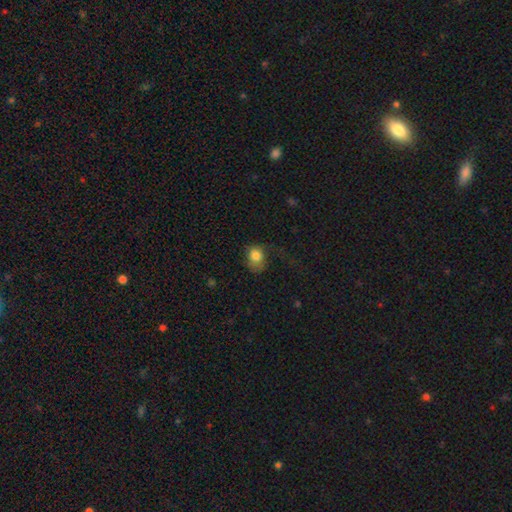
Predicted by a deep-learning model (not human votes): smooth_or_featured: smooth (p=0.81) [alt: featured or disk p=0.10]
how_rounded: in between (p=0.49) [tied with: round p=0.49]
merging: none (p=0.38) [alt: major disturbance p=0.31]